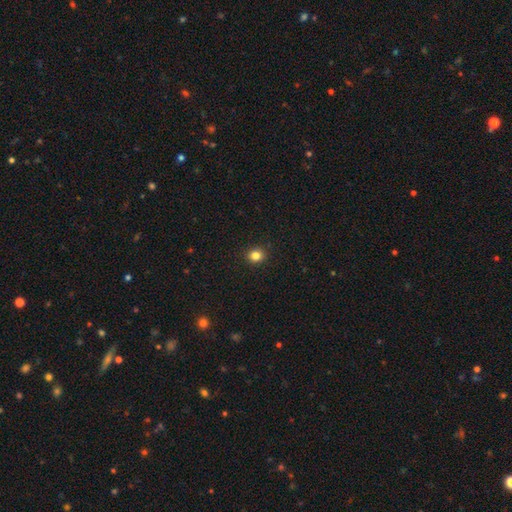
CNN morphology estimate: type=smooth (83%); roundness=round (81%); merging=none (92%).